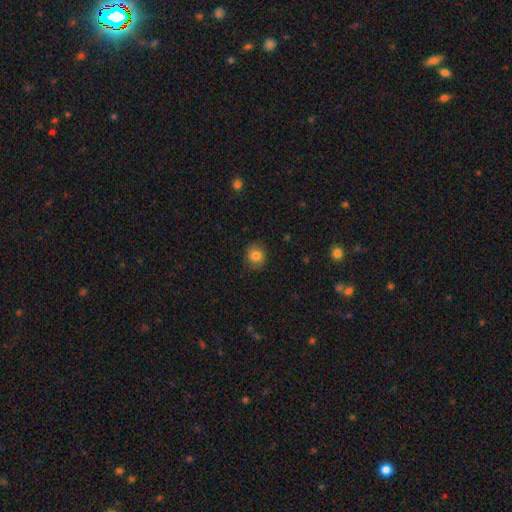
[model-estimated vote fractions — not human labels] smooth_or_featured: smooth (p=0.82) [alt: star or artifact p=0.10]
how_rounded: round (p=0.81) [alt: in between p=0.18]
merging: none (p=0.85) [alt: minor disturbance p=0.11]